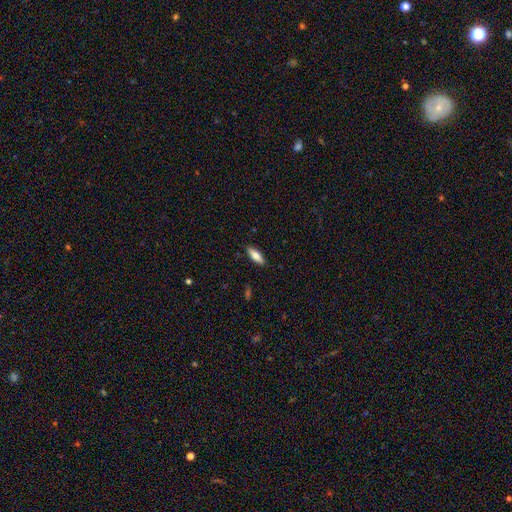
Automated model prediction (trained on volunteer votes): Morphology: type=smooth (77%); roundness=in between (63%); merging=none (88%).